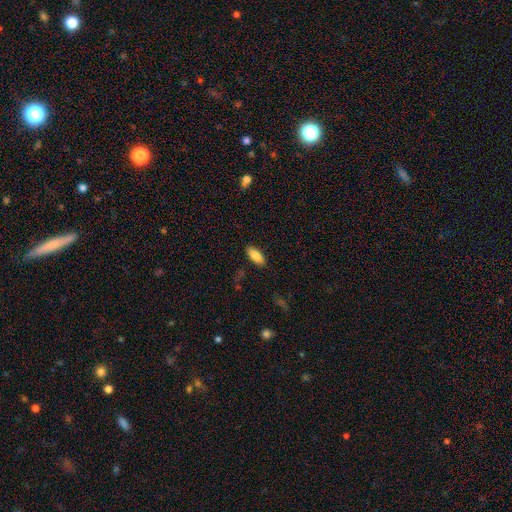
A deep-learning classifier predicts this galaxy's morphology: Smooth or featured? Predicted: smooth (p=0.85). How rounded? Predicted: in between (p=0.79). Merging? Predicted: none (p=0.86).